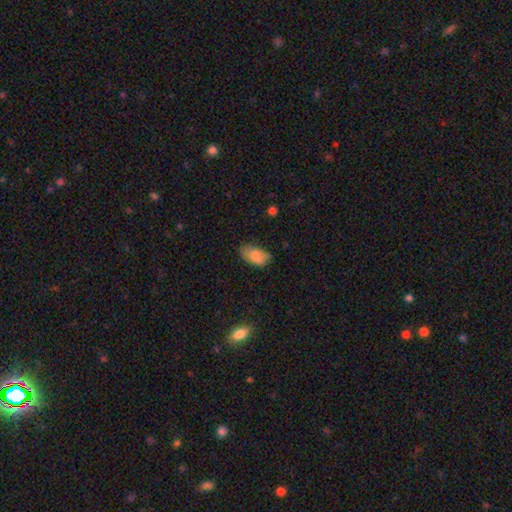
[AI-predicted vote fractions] Smooth or featured? smooth (79%)
How rounded? in between (93%)
Merging? none (67%)